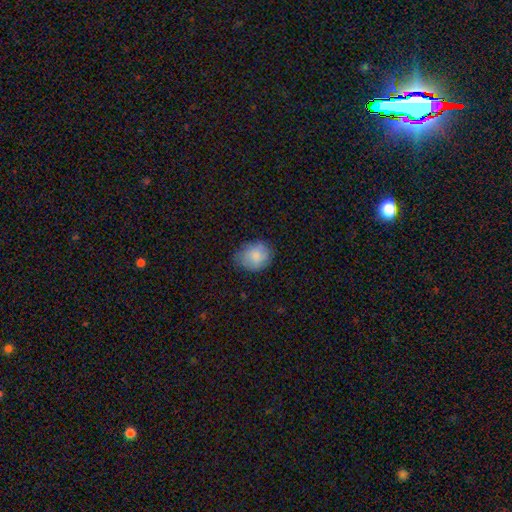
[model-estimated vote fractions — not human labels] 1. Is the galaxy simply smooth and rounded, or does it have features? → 83% smooth, 10% featured or disk, 7% star or artifact.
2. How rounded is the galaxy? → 51% round, 48% in between, 1% cigar-shaped.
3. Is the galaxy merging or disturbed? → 66% none, 27% minor disturbance, 6% major disturbance, 1% merger.